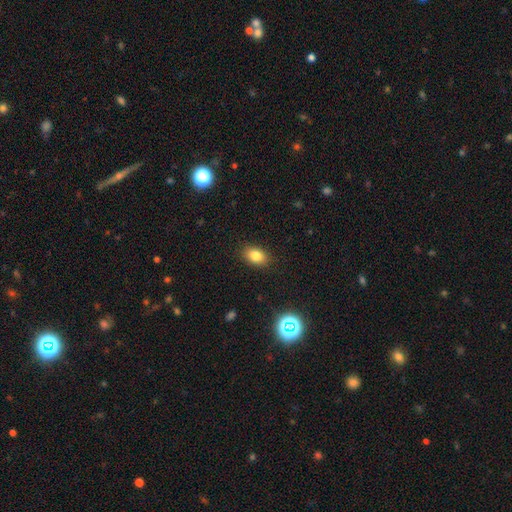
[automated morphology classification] Q: Smooth or featured?
A: smooth (81%); runner-up: star or artifact (12%)
Q: How rounded?
A: in between (80%); runner-up: round (18%)
Q: Merging?
A: none (88%); runner-up: minor disturbance (9%)